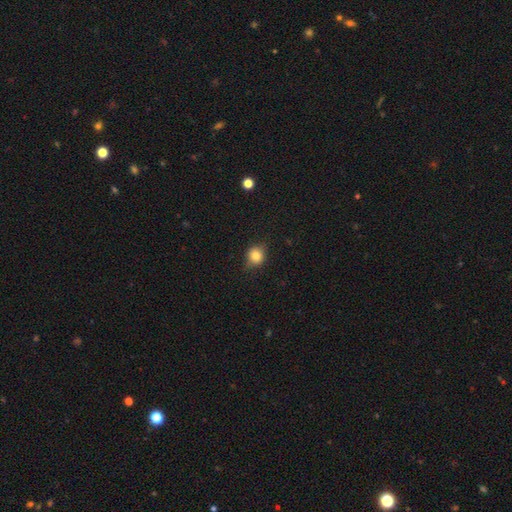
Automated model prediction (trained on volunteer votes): Smooth or featured? Predicted: smooth (p=0.78). How rounded? Predicted: round (p=0.79). Merging? Predicted: none (p=0.77).